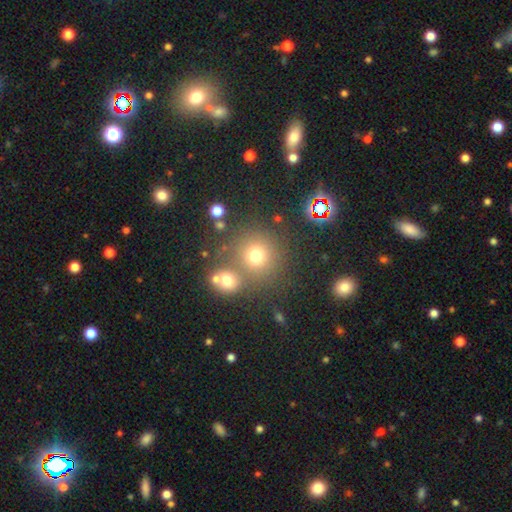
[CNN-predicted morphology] This appears to be a smooth galaxy with no disk features (70%) that is round (91%). Merging: none (67%).